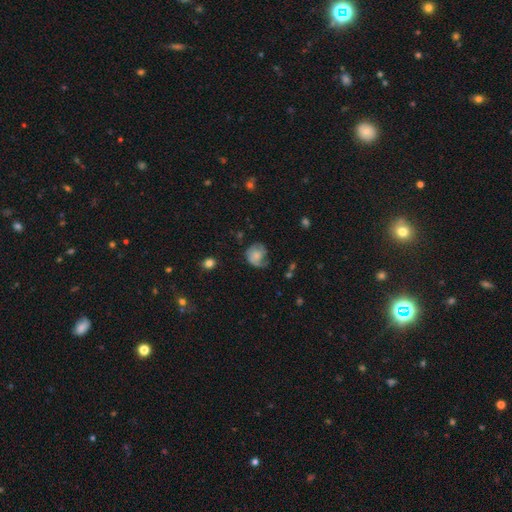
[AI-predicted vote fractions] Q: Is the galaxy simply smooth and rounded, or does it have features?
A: smooth — 52%.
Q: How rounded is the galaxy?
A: round — 71%.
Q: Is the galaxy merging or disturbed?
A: none — 47%.